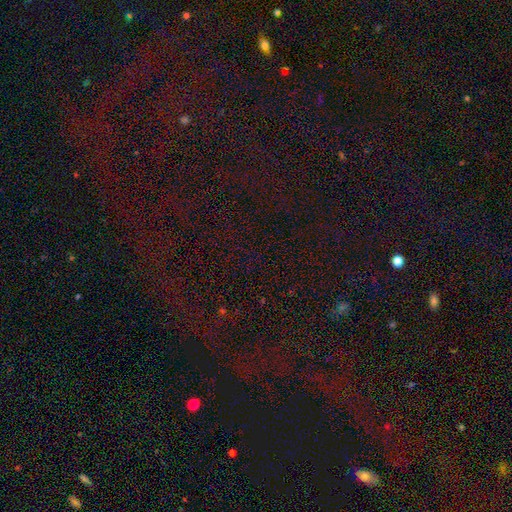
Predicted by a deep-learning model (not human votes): star or artifact 77%, smooth 16%, featured or disk 7%.